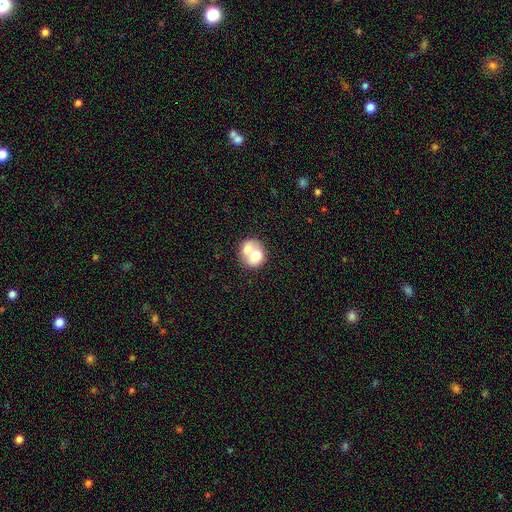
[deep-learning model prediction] Smooth or featured? Predicted: smooth (p=0.66). How rounded? Predicted: round (p=0.62). Merging? Predicted: merger (p=0.66).